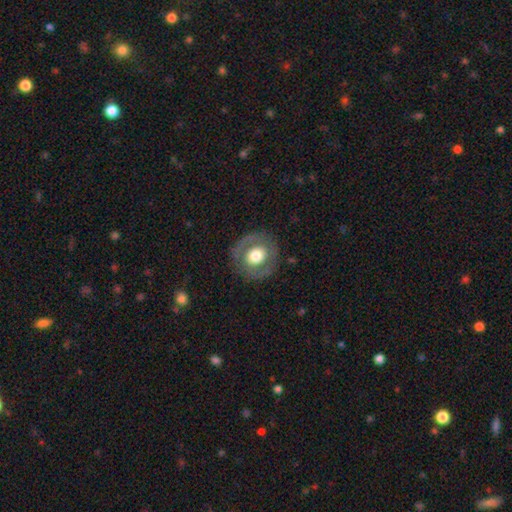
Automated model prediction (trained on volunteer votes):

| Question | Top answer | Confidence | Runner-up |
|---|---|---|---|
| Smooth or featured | featured or disk | 48% | smooth (46%) |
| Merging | none | 81% | minor disturbance (11%) |